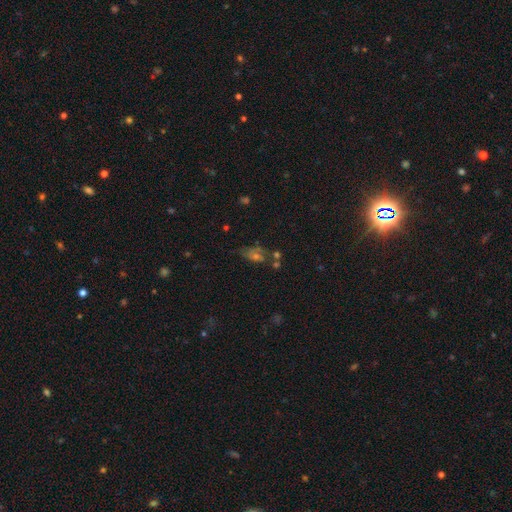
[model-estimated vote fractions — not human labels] Smooth or featured? Predicted: smooth (p=0.37). Merging? Predicted: none (p=0.51).